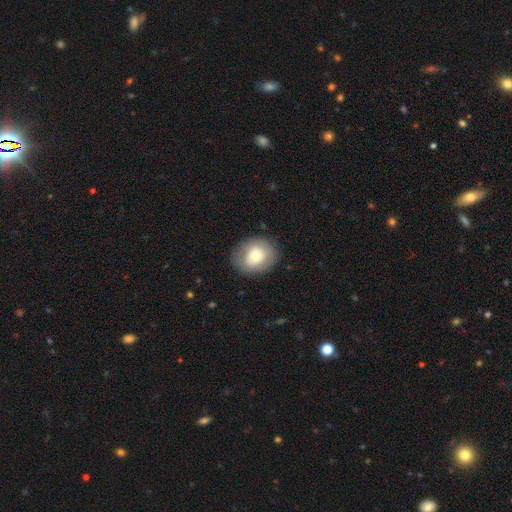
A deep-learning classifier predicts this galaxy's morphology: Overall: smooth (68%). How rounded: round (59%; in between 40%). Merging: none (80%).